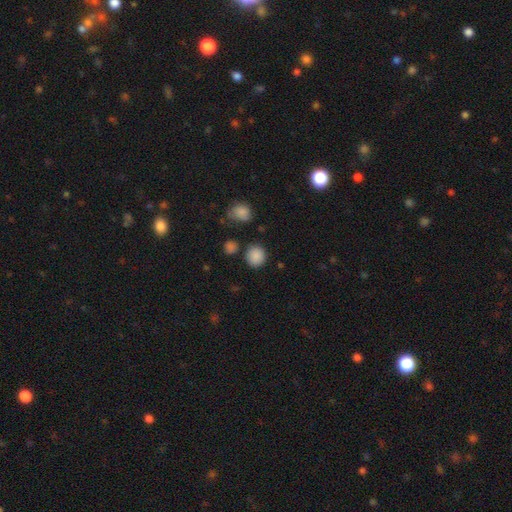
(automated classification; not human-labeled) Overall: smooth (86%). How rounded: round (85%). Merging: none (81%).